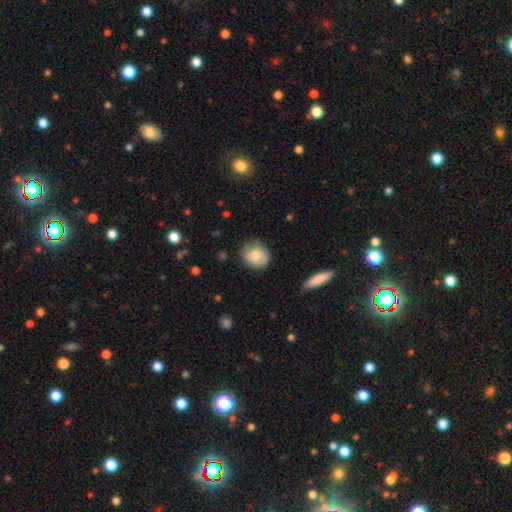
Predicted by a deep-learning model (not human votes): This is clearly a smooth galaxy (83%). How rounded: likely round (76%). Merging: likely none (79%).